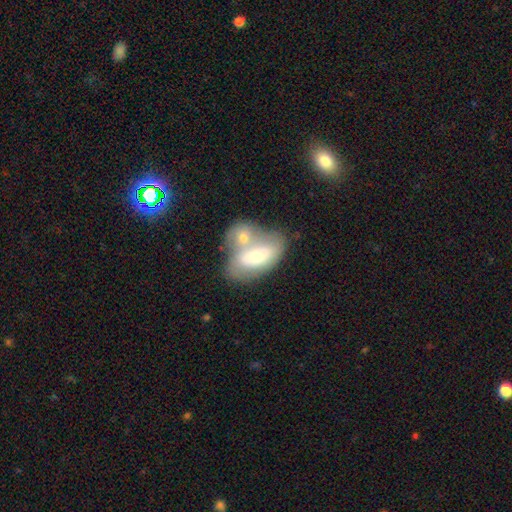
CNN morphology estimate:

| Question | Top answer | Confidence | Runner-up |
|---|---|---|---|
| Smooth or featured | smooth | 54% | featured or disk (40%) |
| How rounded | in between | 87% | round (10%) |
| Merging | merger | 68% | none (18%) |